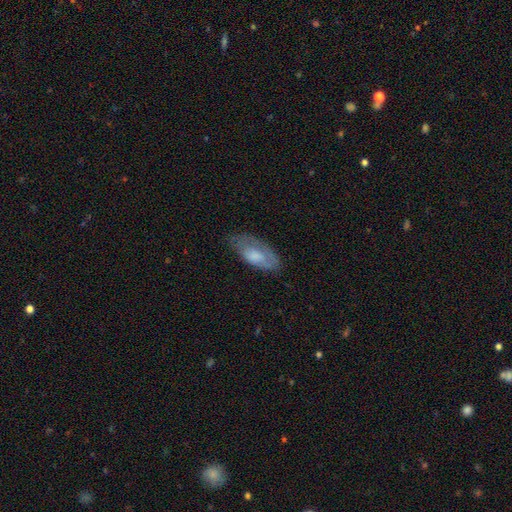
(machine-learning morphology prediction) Smooth or featured? Predicted: smooth (p=0.65). How rounded? Predicted: in between (p=0.88). Merging? Predicted: none (p=0.56).